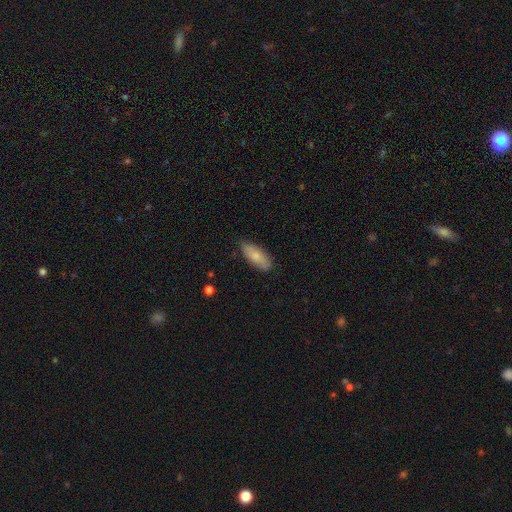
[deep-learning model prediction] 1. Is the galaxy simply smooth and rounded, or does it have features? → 76% smooth, 18% featured or disk, 6% star or artifact.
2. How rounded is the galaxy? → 74% in between, 24% cigar-shaped, 2% round.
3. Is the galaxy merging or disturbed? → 80% none, 16% minor disturbance, 2% major disturbance, 1% merger.